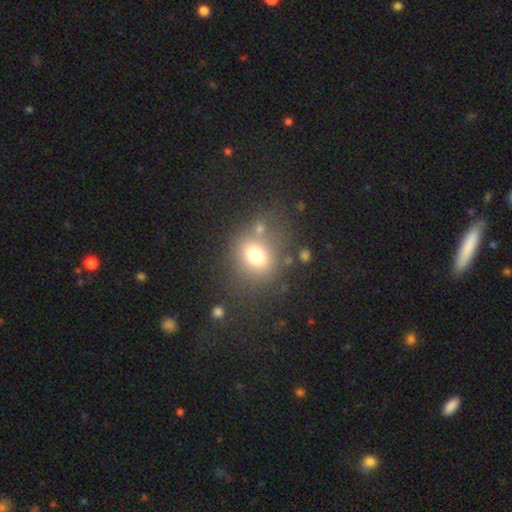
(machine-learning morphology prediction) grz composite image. It shows a smooth galaxy with no disk features (73%) that is round (68%). Merging: none (67%).